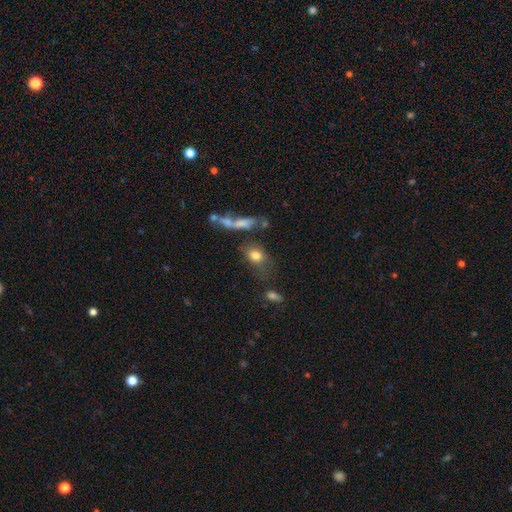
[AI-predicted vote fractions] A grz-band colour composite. It shows a smooth galaxy with no disk features (77%) that is in between round and cigar-shaped (63%). Merging: none (50%).